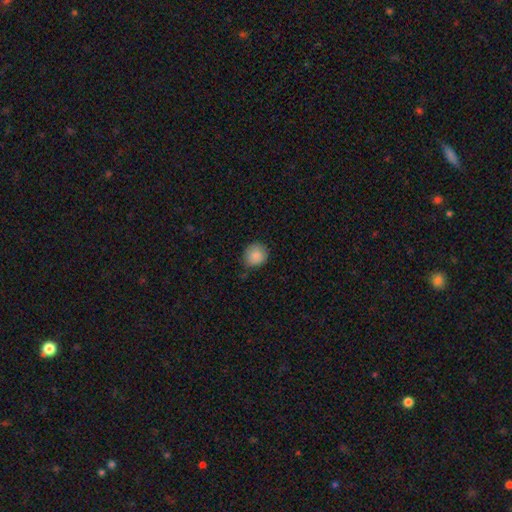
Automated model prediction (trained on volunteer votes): Q: Smooth or featured?
A: smooth (87%); runner-up: star or artifact (8%)
Q: How rounded?
A: round (83%); runner-up: in between (16%)
Q: Merging?
A: none (79%); runner-up: minor disturbance (17%)